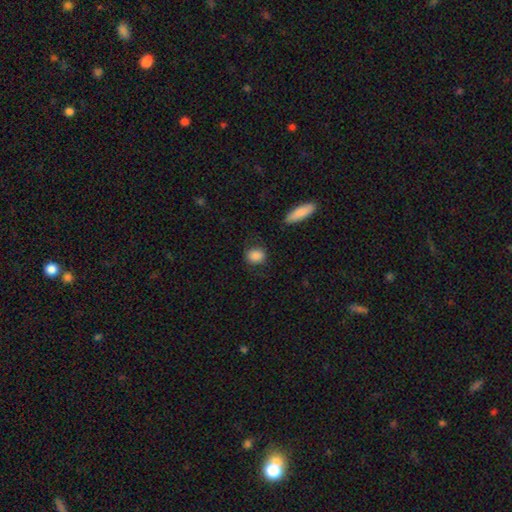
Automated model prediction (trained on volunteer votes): A smooth galaxy with no disk features (87%) that is round (59%). Merging: none (79%).